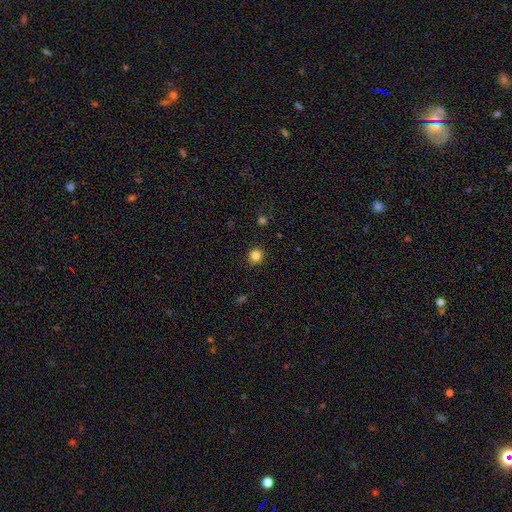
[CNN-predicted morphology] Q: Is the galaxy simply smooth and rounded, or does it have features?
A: smooth — 83%.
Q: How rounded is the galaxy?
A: round — 83%.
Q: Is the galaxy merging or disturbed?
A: none — 91%.